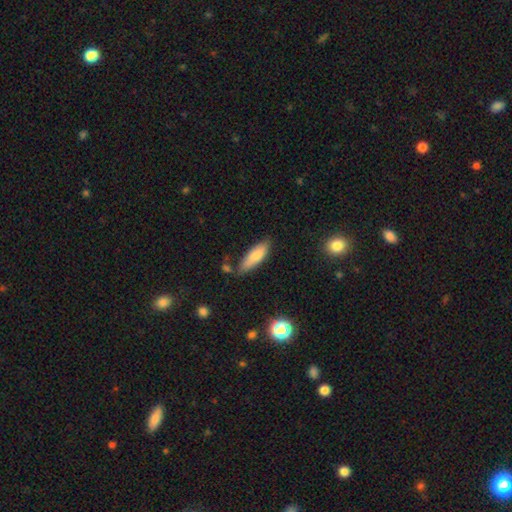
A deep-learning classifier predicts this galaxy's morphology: This appears to be a smooth galaxy with no disk features (78%) that is in between round and cigar-shaped (55%). Merging: none (69%).